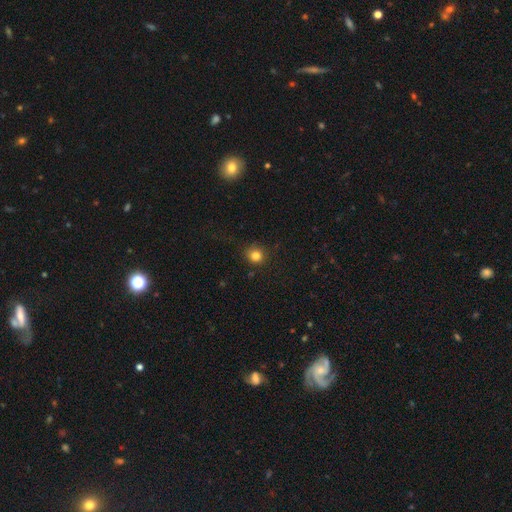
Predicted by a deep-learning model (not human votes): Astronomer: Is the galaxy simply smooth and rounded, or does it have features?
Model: smooth — 81%.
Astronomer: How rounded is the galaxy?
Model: round — 87%.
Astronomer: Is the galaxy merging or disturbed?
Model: none — 83%.